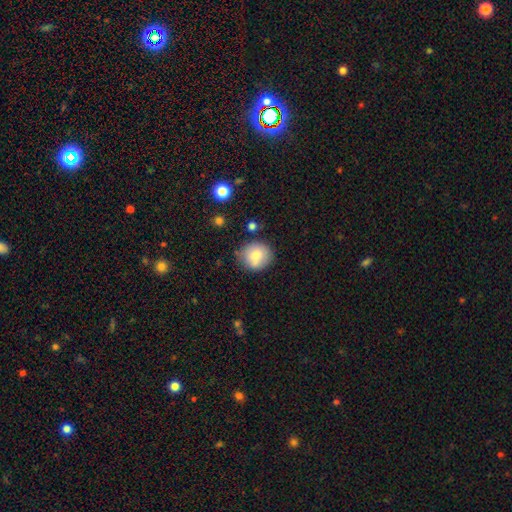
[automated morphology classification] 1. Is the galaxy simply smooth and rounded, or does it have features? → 80% smooth, 12% featured or disk, 8% star or artifact.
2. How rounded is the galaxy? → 84% round, 15% in between, 1% cigar-shaped.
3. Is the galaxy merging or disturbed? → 75% none, 16% minor disturbance, 5% merger, 4% major disturbance.